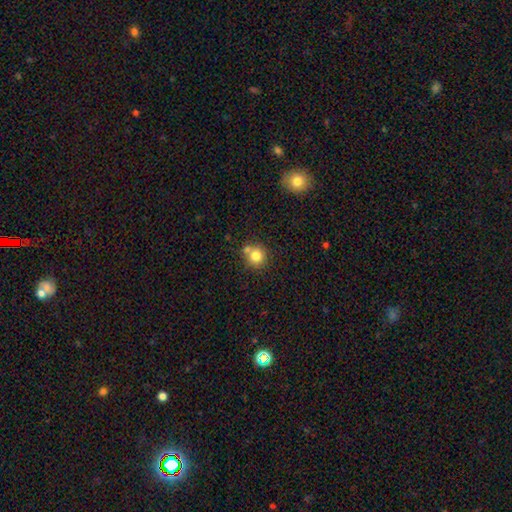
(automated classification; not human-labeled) The model was most divided on "merging": none: 61%, merger: 26%, minor disturbance: 10%, major disturbance: 3%. More confident: how rounded — round (89%); smooth or featured — smooth (79%).